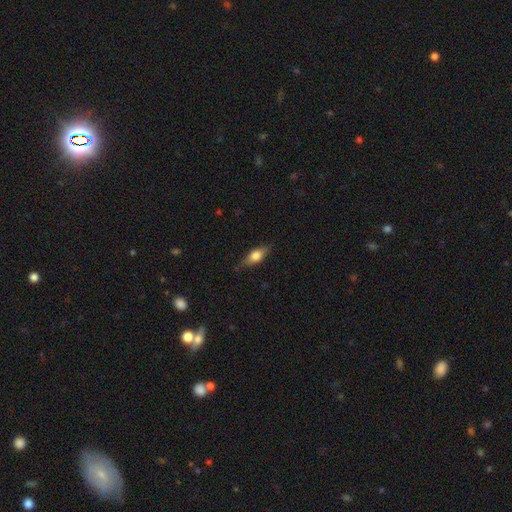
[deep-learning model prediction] Morphology: type=smooth (66%); roundness=in between (72%); merging=none (79%).